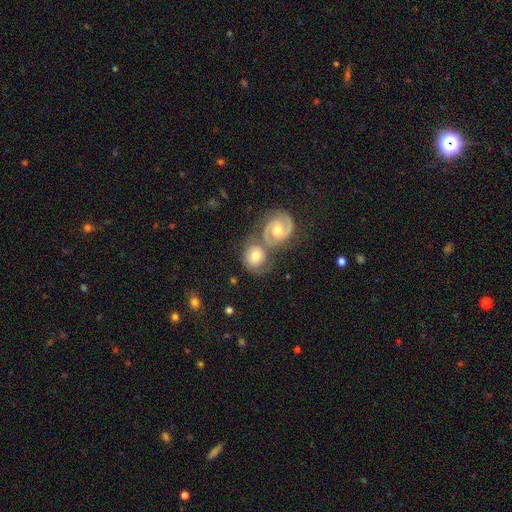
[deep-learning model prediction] smooth_or_featured: featured or disk (p=0.55) [alt: smooth p=0.38]
disk_edge_on: no (p=0.96) [alt: yes p=0.04]
bar: no (p=0.56) [alt: weak p=0.34]
has_spiral_arms: yes (p=0.90) [alt: no p=0.10]
bulge_size: moderate (p=0.69) [alt: small p=0.20]
merging: merger (p=0.43) [alt: none p=0.41]